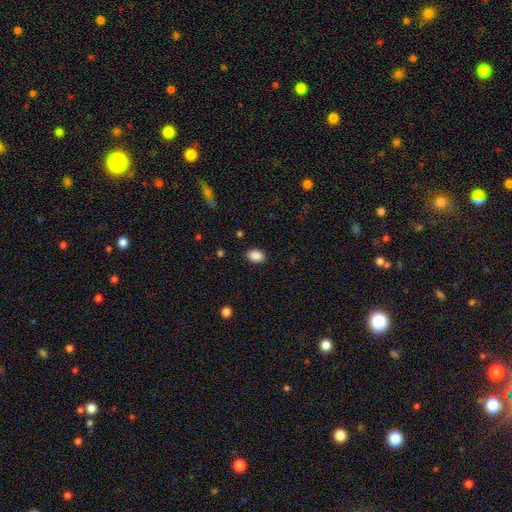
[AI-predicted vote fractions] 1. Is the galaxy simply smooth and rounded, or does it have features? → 89% smooth, 8% star or artifact, 3% featured or disk.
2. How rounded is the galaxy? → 82% in between, 17% round, 1% cigar-shaped.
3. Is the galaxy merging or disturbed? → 88% none, 9% minor disturbance, 2% major disturbance, 1% merger.